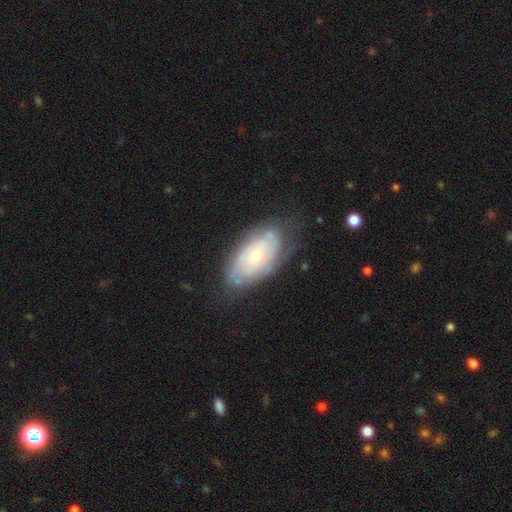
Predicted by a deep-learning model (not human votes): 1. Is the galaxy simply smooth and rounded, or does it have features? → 69% featured or disk, 25% smooth, 6% star or artifact.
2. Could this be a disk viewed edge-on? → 93% no, 7% yes.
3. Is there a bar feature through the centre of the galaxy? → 79% no, 18% weak, 3% strong.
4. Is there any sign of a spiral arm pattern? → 79% yes, 21% no.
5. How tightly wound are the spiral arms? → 70% tight, 23% medium, 7% loose.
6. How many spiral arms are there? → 59% can't tell, 19% 2, 10% 3, 6% 4, 4% 1, 3% more than 4.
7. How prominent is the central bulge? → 55% small, 41% moderate, 2% large, 1% none, 1% dominant.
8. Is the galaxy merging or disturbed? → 67% none, 23% minor disturbance, 8% major disturbance, 2% merger.